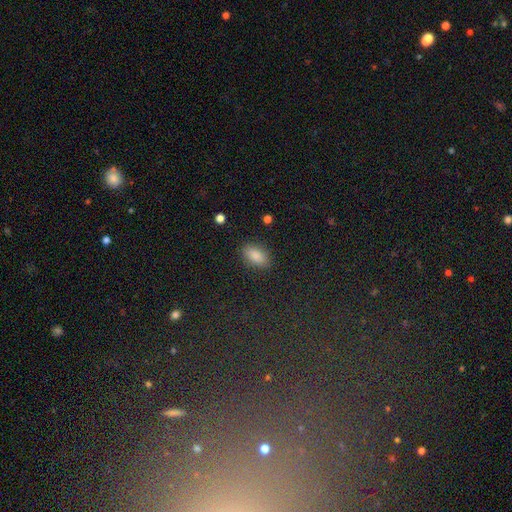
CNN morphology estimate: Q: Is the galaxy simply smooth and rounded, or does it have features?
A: smooth — 86%.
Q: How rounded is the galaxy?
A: in between — 92%.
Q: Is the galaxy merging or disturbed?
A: none — 85%.